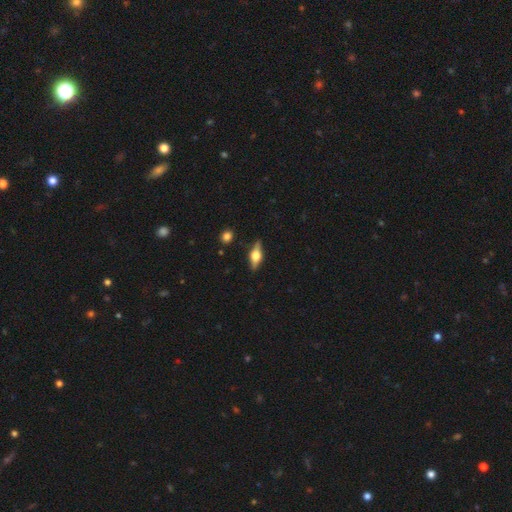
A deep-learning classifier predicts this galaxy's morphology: A featured or disk galaxy (65%) viewed edge-on (95%) with a rounded central bulge (93%). Merging: none (85%).